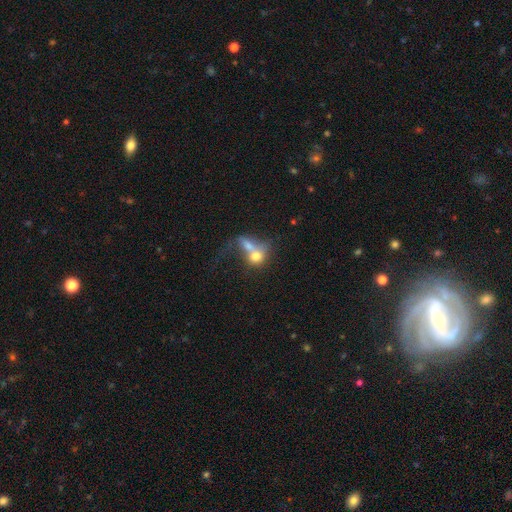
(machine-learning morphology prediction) Overall: smooth (67%). How rounded: round (50%; in between 47%). Merging: merger (71%).